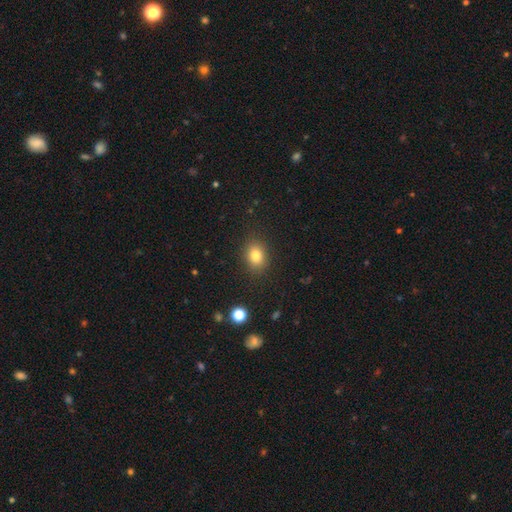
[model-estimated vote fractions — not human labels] This appears to be a smooth galaxy with no disk features (81%) that is in between round and cigar-shaped (59%). Merging: none (87%).